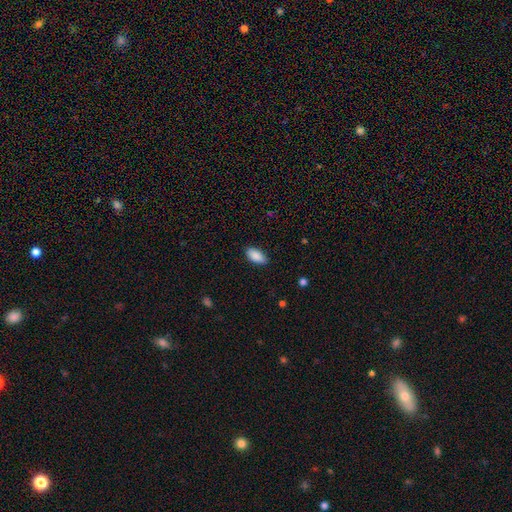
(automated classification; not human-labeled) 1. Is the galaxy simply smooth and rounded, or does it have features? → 89% smooth, 7% star or artifact, 4% featured or disk.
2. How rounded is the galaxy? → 92% in between, 6% cigar-shaped, 2% round.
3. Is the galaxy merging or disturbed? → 88% none, 9% minor disturbance, 2% major disturbance, 1% merger.